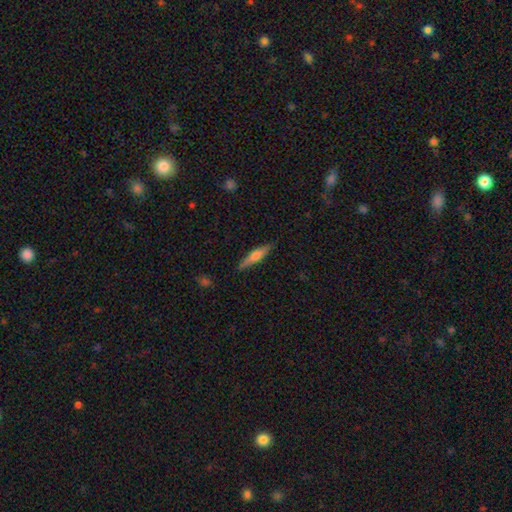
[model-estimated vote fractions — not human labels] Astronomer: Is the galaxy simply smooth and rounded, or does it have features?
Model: featured or disk — 50% (runner-up: smooth, 44%).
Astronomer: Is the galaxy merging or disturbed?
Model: none — 88%.